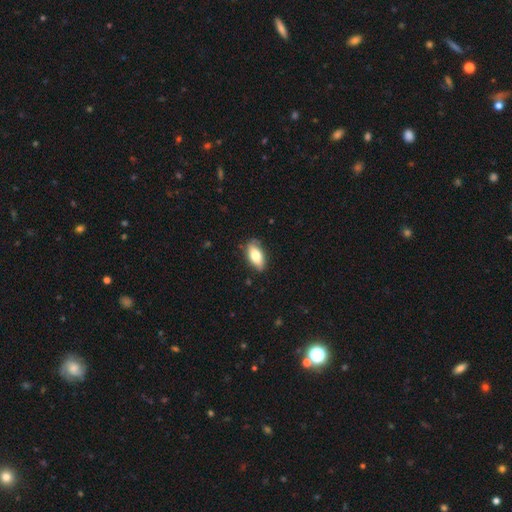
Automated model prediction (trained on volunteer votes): Smooth or featured: smooth — 74% (featured or disk — 20%)
How rounded: in between — 87% (cigar-shaped — 9%)
Merging: none — 79% (minor disturbance — 17%)